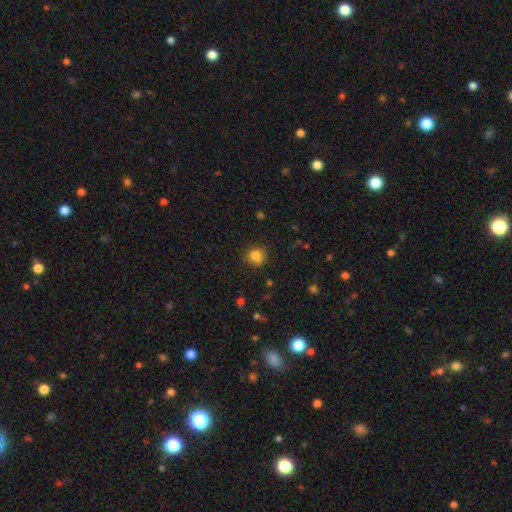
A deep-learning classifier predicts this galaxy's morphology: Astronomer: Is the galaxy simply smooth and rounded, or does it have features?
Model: smooth — 81%.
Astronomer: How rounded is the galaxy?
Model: round — 85%.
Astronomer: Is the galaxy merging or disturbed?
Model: none — 72%.